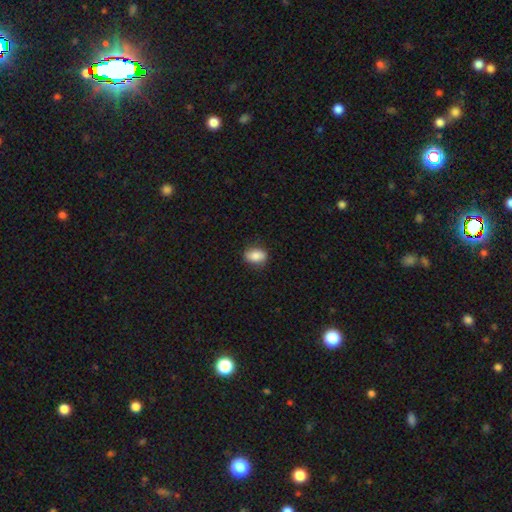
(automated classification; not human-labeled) The model was most divided on "how rounded": in between: 78%, round: 20%, cigar-shaped: 2%. More confident: smooth or featured — smooth (83%); merging — none (81%).